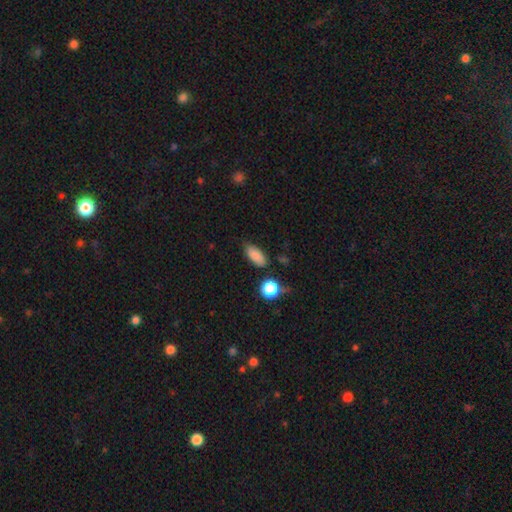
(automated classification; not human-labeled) Morphology: type=smooth (85%); roundness=in between (84%); merging=none (75%).